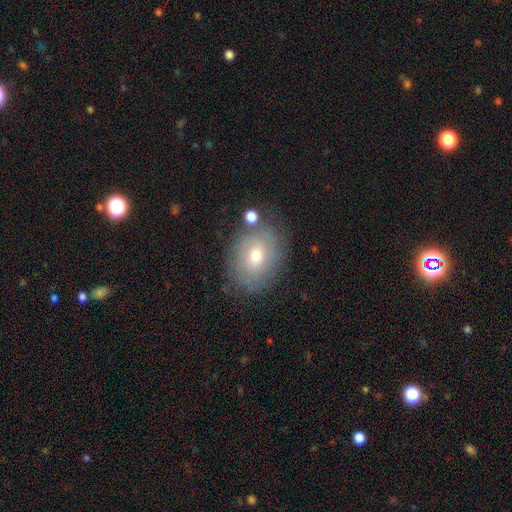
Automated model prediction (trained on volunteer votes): This appears to be a smooth galaxy with no disk features (49%). Merging: none (74%).